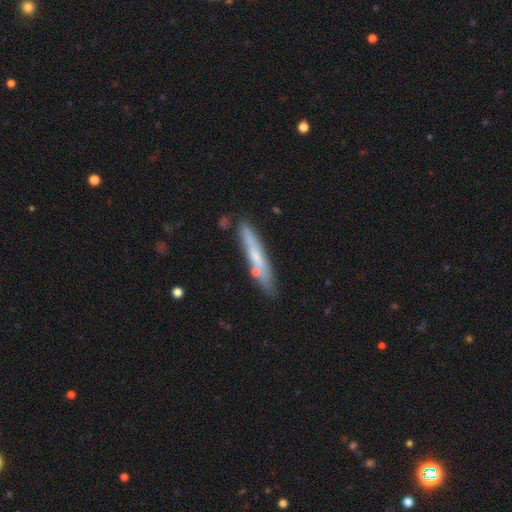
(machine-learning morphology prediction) smooth-or-featured: smooth: 52% | featured or disk: 42% | star or artifact: 6%
  how-rounded: cigar-shaped: 93% | in between: 6% | round: 1%
  merging: none: 78% | minor disturbance: 14% | merger: 5% | major disturbance: 3%